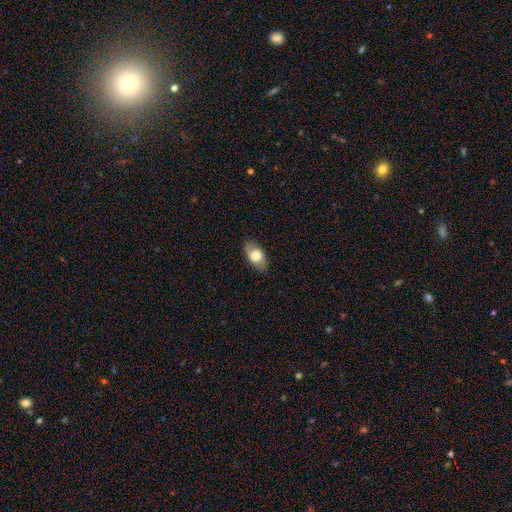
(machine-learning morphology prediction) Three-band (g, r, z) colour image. It shows a smooth galaxy with no disk features (68%) that is in between round and cigar-shaped (91%). Merging: none (84%).